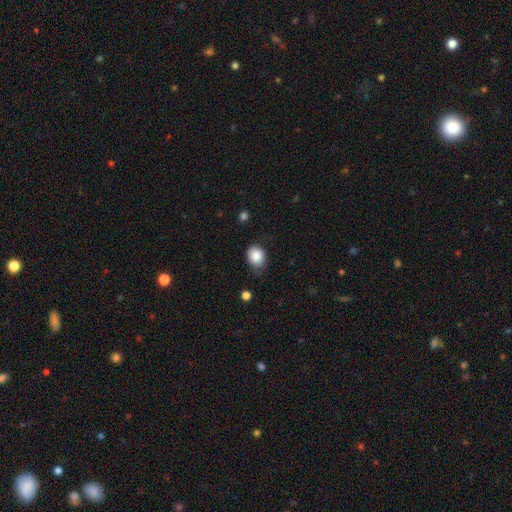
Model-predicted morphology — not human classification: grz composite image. It shows a smooth galaxy with no disk features (86%) that is round (62%). Merging: none (69%).